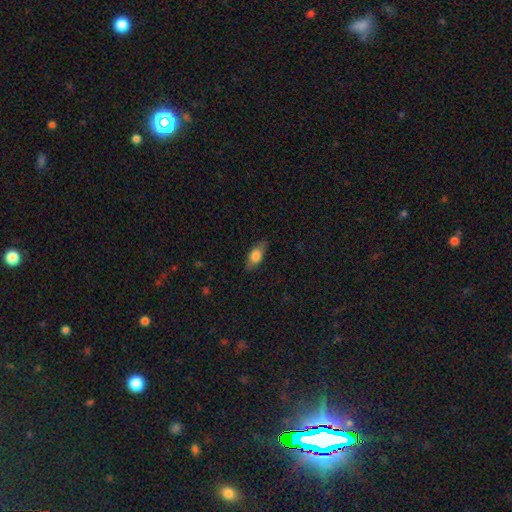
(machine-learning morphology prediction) smooth 76%, featured or disk 17%, star or artifact 7%. Down the decision tree: how rounded — in between (82%); merging — none (81%).